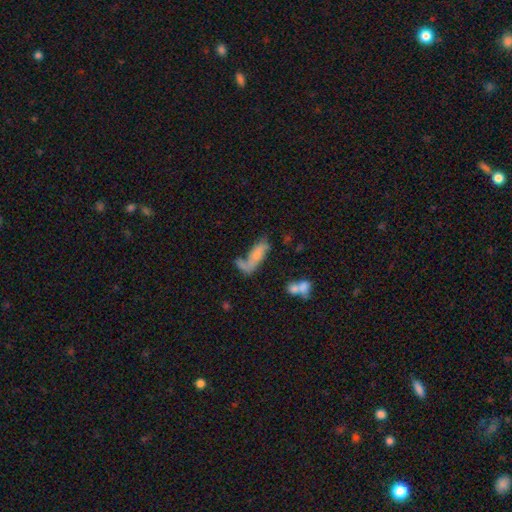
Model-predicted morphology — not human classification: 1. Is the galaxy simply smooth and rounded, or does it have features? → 55% smooth, 35% featured or disk, 10% star or artifact.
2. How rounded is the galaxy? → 58% in between, 39% cigar-shaped, 3% round.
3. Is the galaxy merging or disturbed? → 32% none, 27% merger, 22% major disturbance, 19% minor disturbance.